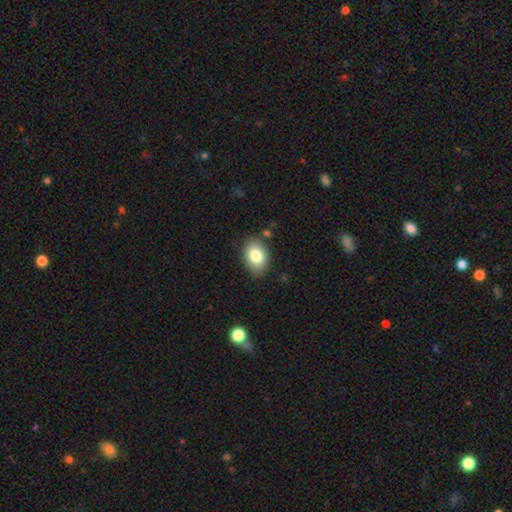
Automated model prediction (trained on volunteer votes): Overall: smooth (81%). How rounded: in between (81%). Merging: none (82%).